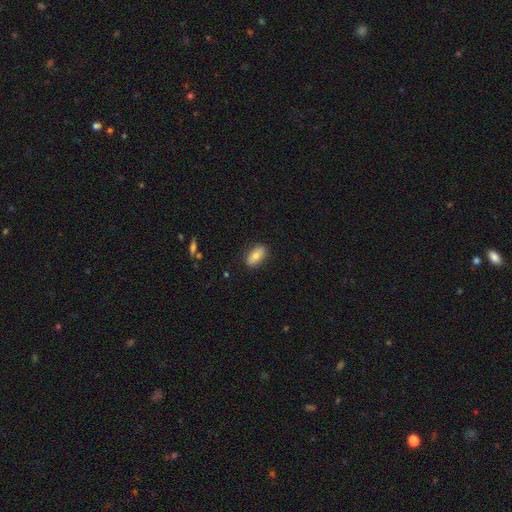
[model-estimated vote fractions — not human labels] A smooth galaxy with no disk features (80%) that is in between round and cigar-shaped (91%). Merging: none (85%).